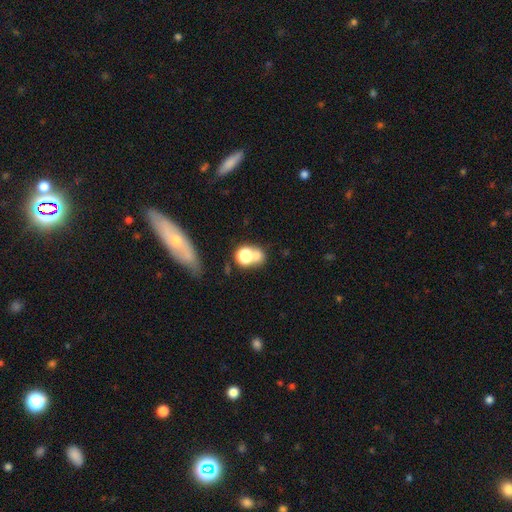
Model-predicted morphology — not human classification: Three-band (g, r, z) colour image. It shows a smooth galaxy with no disk features (66%) that is round (72%). Merging: none (44%).